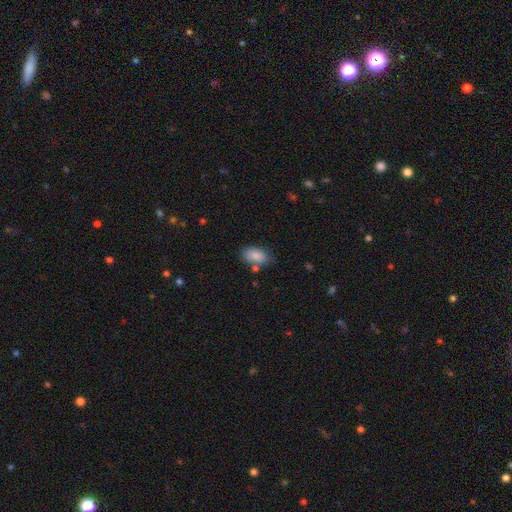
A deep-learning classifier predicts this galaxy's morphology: This appears to be a smooth galaxy with no disk features (86%) that is in between round and cigar-shaped (92%). Merging: none (69%).